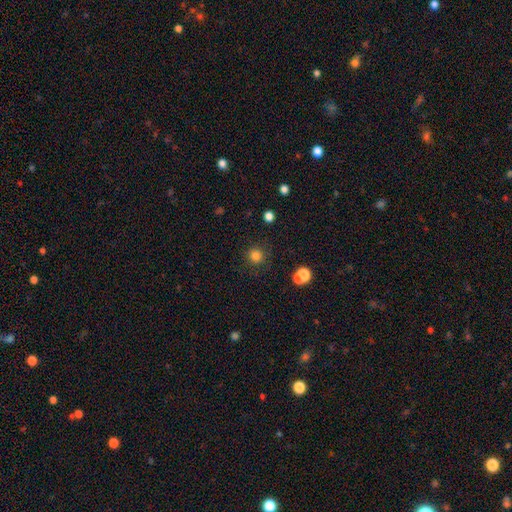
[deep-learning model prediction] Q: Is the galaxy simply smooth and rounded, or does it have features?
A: smooth — 82%.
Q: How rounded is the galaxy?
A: round — 94%.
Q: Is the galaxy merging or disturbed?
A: none — 85%.